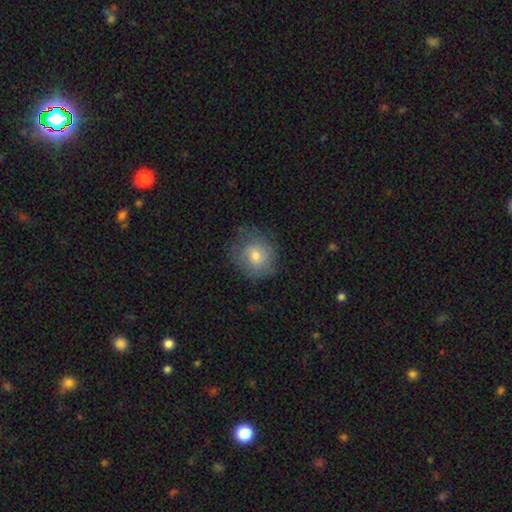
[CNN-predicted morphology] Overall: smooth (69%). How rounded: round (79%). Merging: none (64%).